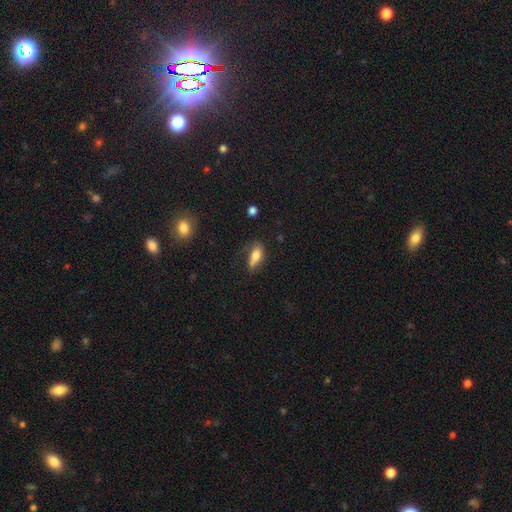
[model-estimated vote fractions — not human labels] The model was most divided on "merging": none: 38%, minor disturbance: 28%, major disturbance: 19%, merger: 14%. More confident: how rounded — in between (81%); smooth or featured — smooth (72%).